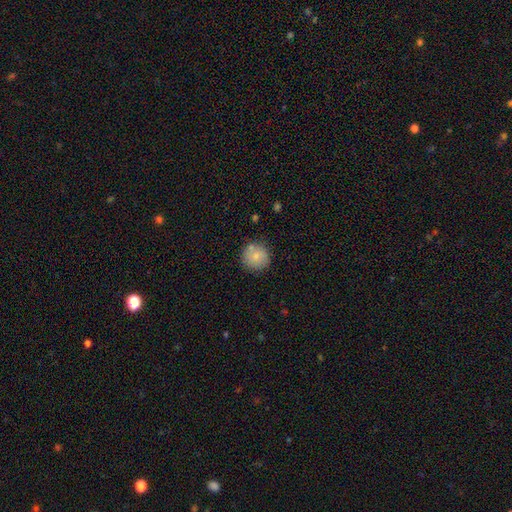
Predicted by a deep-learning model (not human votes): A smooth galaxy with no disk features (79%) that is round (93%).

Vote fractions:
- Smooth or featured? smooth: 79% / featured or disk: 13% / star or artifact: 9%
- How rounded? round: 93% / in between: 6% / cigar-shaped: 1%
- Merging? none: 77% / minor disturbance: 12% / merger: 8% / major disturbance: 3%